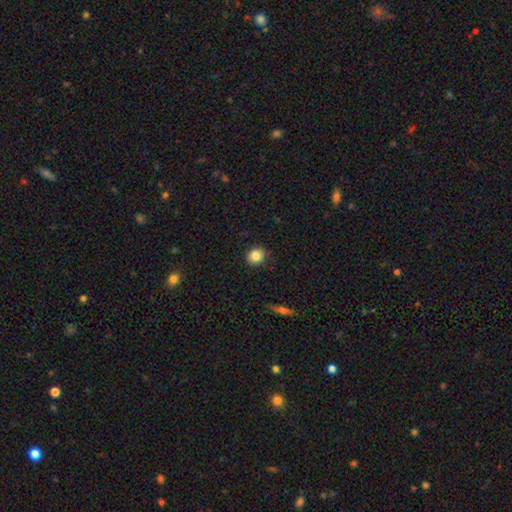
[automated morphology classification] This appears to be a smooth galaxy with no disk features (84%) that is round (80%). Merging: none (88%).